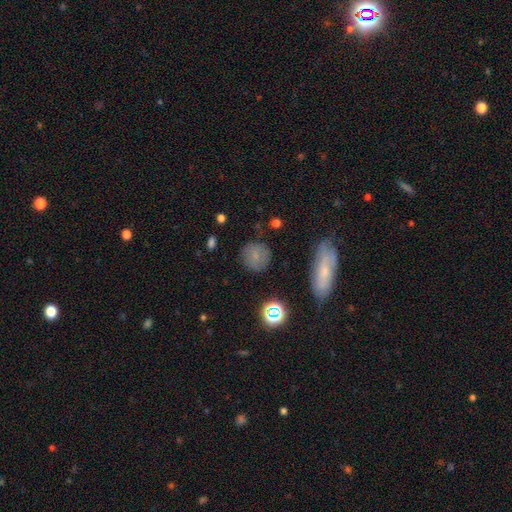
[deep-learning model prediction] The model was most divided on "smooth or featured": smooth: 73%, star or artifact: 14%, featured or disk: 13%. More confident: how rounded — round (86%); merging — none (81%).